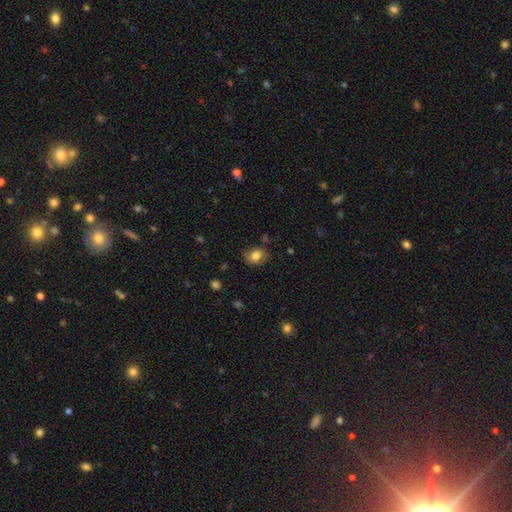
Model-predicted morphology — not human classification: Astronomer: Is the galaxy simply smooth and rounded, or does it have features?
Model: smooth — 82%.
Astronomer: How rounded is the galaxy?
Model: in between — 53% (runner-up: round, 46%).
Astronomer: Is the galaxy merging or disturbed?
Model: none — 83%.